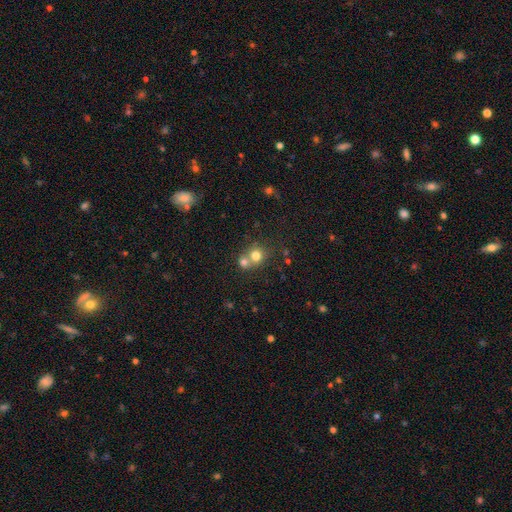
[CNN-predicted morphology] The model was most divided on "merging": merger: 54%, none: 38%, minor disturbance: 6%, major disturbance: 3%. More confident: how rounded — round (80%); smooth or featured — smooth (74%).